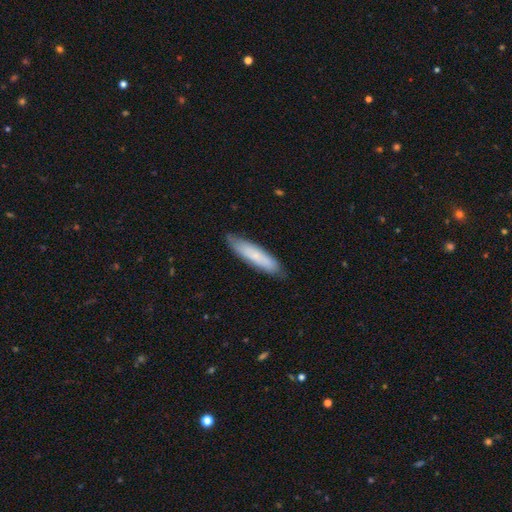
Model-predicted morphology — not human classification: The model was most divided on "smooth or featured": smooth: 68%, featured or disk: 25%, star or artifact: 6%. More confident: merging — none (82%); how rounded — cigar-shaped (80%).